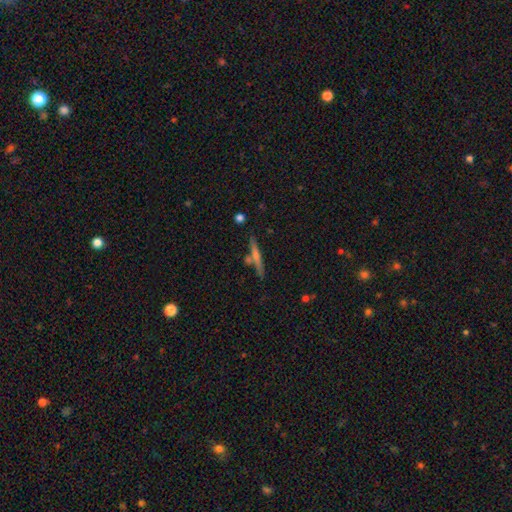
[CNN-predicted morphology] type=featured or disk (48%); merging=none (74%).